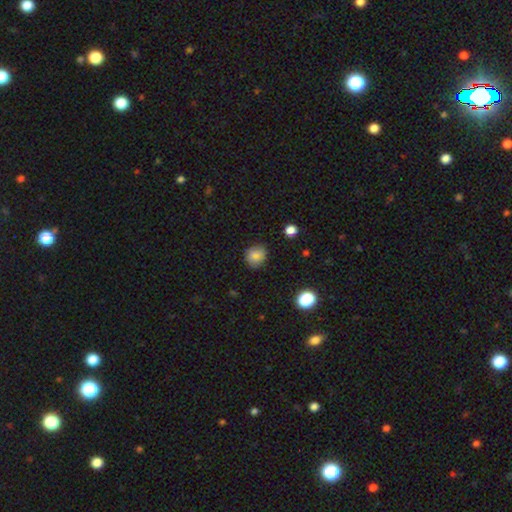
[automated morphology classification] Smooth or featured?
  - smooth: 81% *
  - star or artifact: 10%
  - featured or disk: 9%
How rounded?
  - round: 78% *
  - in between: 21%
  - cigar-shaped: 1%
Merging?
  - none: 78% *
  - minor disturbance: 17%
  - major disturbance: 4%
  - merger: 1%